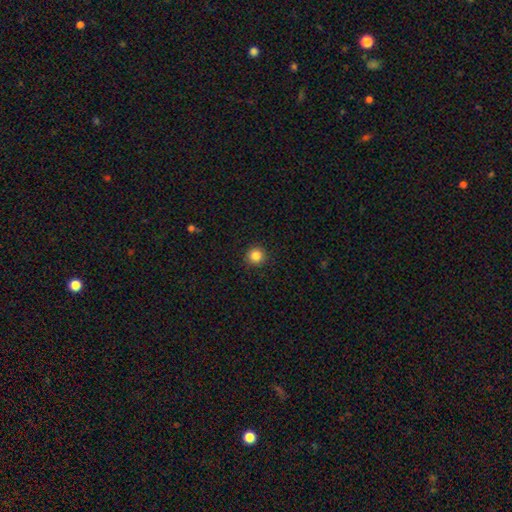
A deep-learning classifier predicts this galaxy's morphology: smooth-or-featured: smooth: 85% | star or artifact: 11% | featured or disk: 4%
  how-rounded: round: 95% | in between: 4% | cigar-shaped: 1%
  merging: none: 92% | minor disturbance: 5% | major disturbance: 2% | merger: 1%